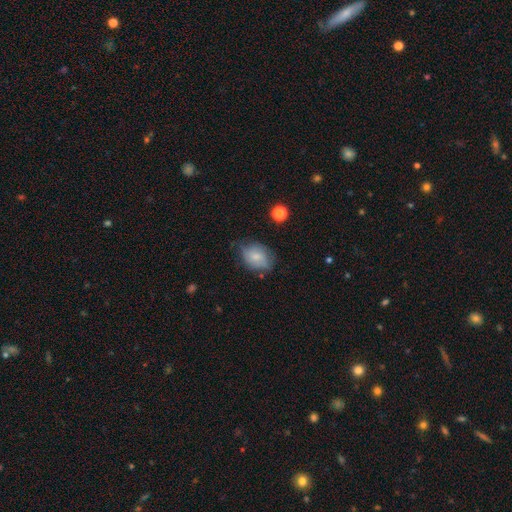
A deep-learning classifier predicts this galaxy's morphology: Smooth or featured? Predicted: smooth (p=0.72). How rounded? Predicted: in between (p=0.63). Merging? Predicted: none (p=0.57).